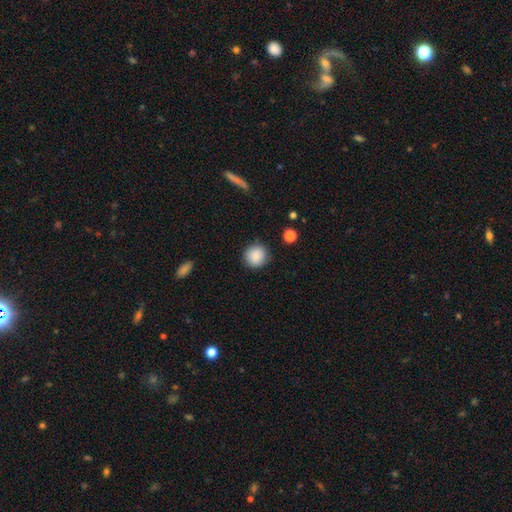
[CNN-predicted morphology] Q: Smooth or featured?
A: smooth (88%); runner-up: star or artifact (8%)
Q: How rounded?
A: round (89%); runner-up: in between (10%)
Q: Merging?
A: none (87%); runner-up: minor disturbance (9%)